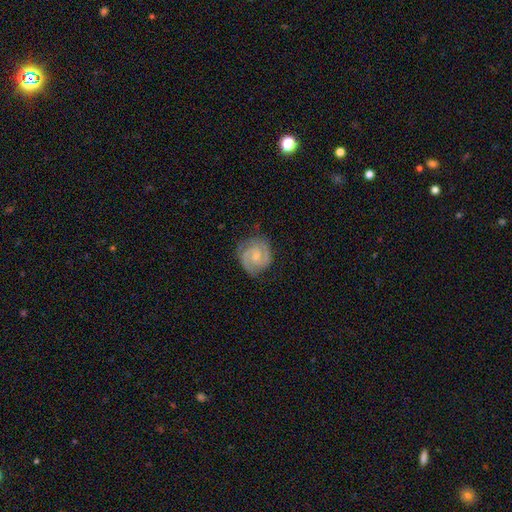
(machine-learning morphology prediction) A featured or disk galaxy (87%) with no bar (48%), 2 (88%) tight (56%) spiral arms (98%) and a small central bulge (60%).

Vote fractions:
- Smooth or featured? featured or disk: 87% / smooth: 8% / star or artifact: 5%
- Edge-on disk? no: 98% / yes: 2%
- Bar? no: 48% / weak: 44% / strong: 8%
- Spiral arms? yes: 98% / no: 2%
- Spiral winding? tight: 56% / medium: 39% / loose: 5%
- Spiral arm count? 2: 88% / 3: 5% / can't tell: 4% / 1: 1% / 4: 1% / more than 4: 1%
- Bulge size? small: 60% / moderate: 33% / none: 4% / large: 1% / dominant: 1%
- Merging? none: 78% / minor disturbance: 16% / major disturbance: 4% / merger: 1%